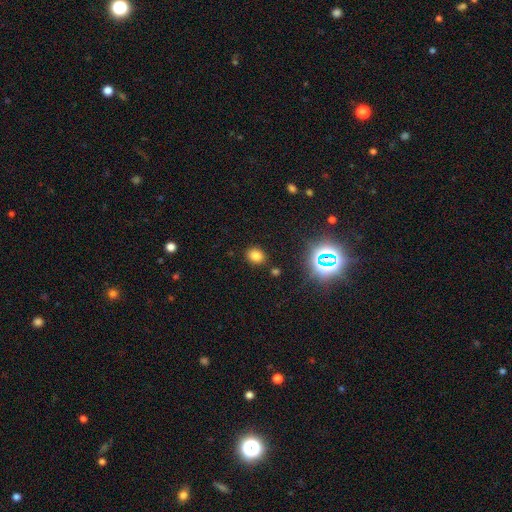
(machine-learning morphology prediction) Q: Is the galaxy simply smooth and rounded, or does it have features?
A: smooth — 76%.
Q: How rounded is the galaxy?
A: round — 53%.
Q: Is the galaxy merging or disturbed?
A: none — 85%.